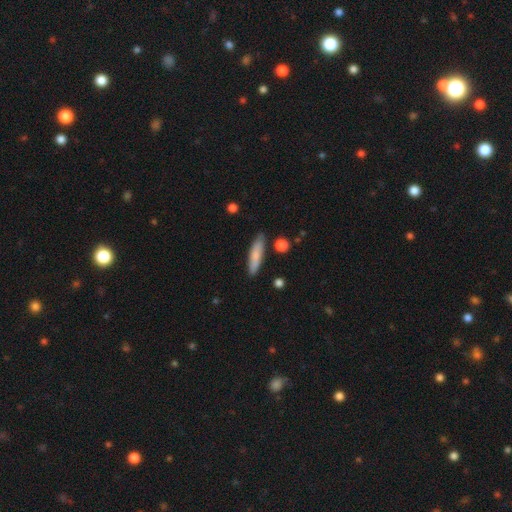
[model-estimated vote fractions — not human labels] This appears to be a smooth galaxy with no disk features (78%) that is cigar-shaped (78%). Merging: none (84%).